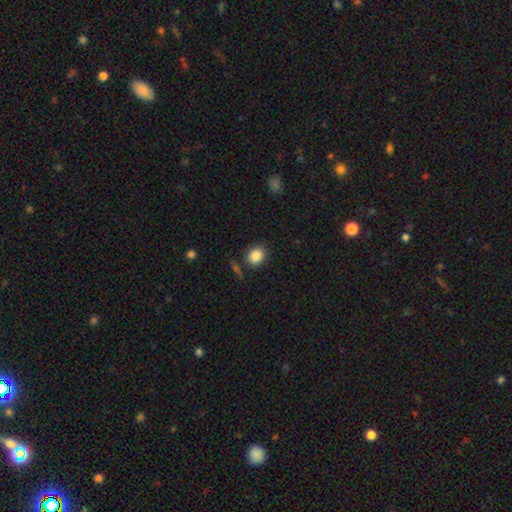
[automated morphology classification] Smooth or featured: smooth — 86% (star or artifact — 9%)
How rounded: round — 66% (in between — 33%)
Merging: none — 83% (minor disturbance — 10%)